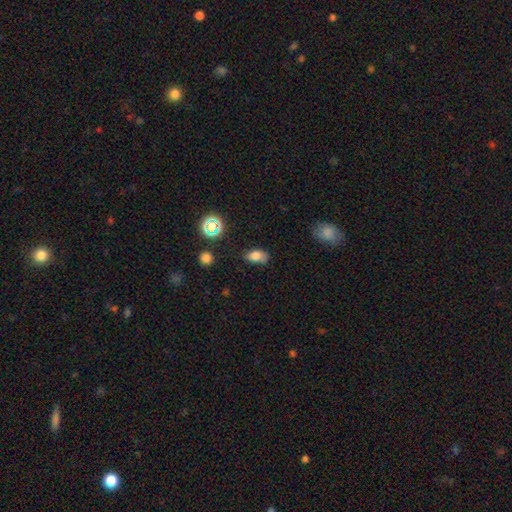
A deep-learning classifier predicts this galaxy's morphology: Smooth or featured? Predicted: smooth (p=0.76). How rounded? Predicted: in between (p=0.87). Merging? Predicted: none (p=0.64).